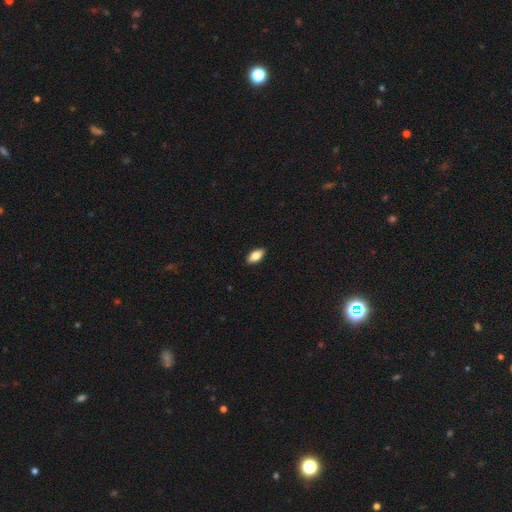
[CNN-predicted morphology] type=smooth (84%); roundness=in between (91%); merging=none (90%).